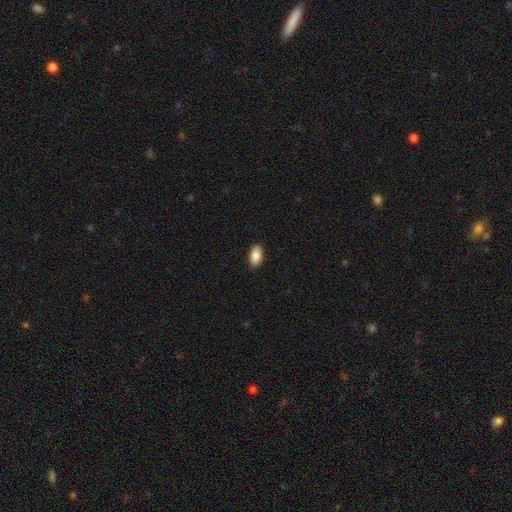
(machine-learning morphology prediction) smooth 87%, star or artifact 7%, featured or disk 6%. Down the decision tree: how rounded — in between (94%); merging — none (89%).